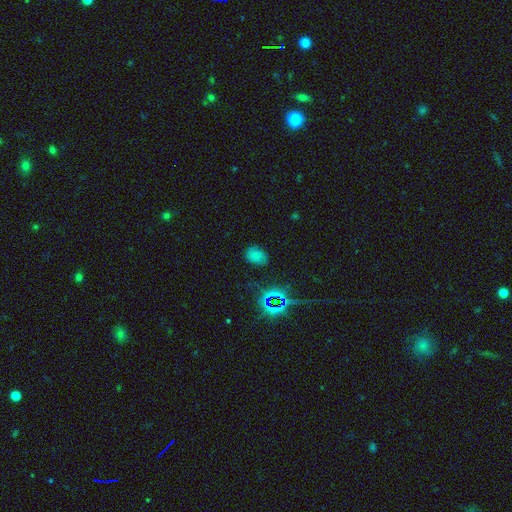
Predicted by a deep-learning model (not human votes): Smooth or featured? Predicted: smooth (p=0.64). How rounded? Predicted: in between (p=0.73). Merging? Predicted: none (p=0.75).